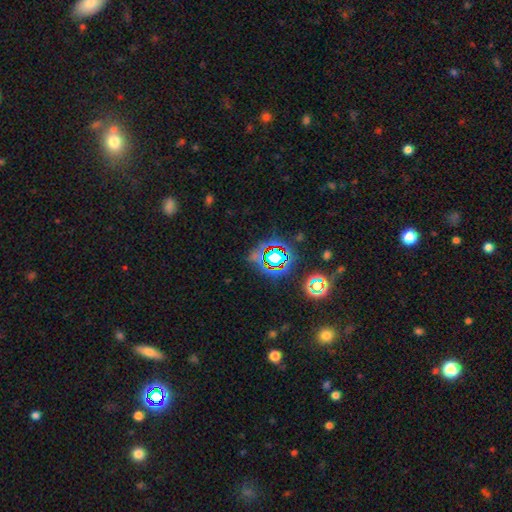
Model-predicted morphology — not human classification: A star or artifact, not a galaxy (71%).

Vote fractions:
- Smooth or featured? star or artifact: 71% / smooth: 17% / featured or disk: 12%